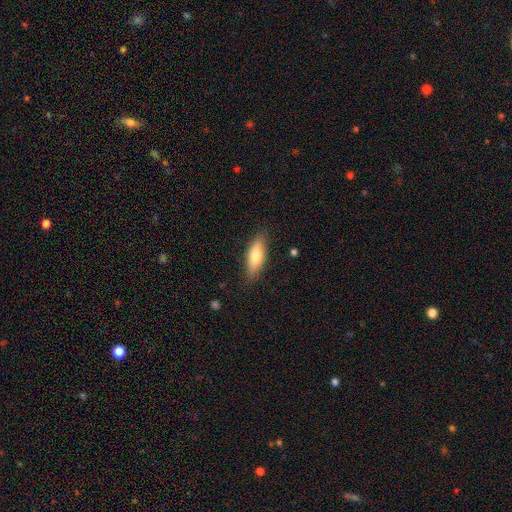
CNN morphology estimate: smooth_or_featured: smooth (p=0.71) [alt: featured or disk p=0.23]
how_rounded: in between (p=0.61) [alt: cigar-shaped p=0.36]
merging: none (p=0.83) [alt: minor disturbance p=0.13]